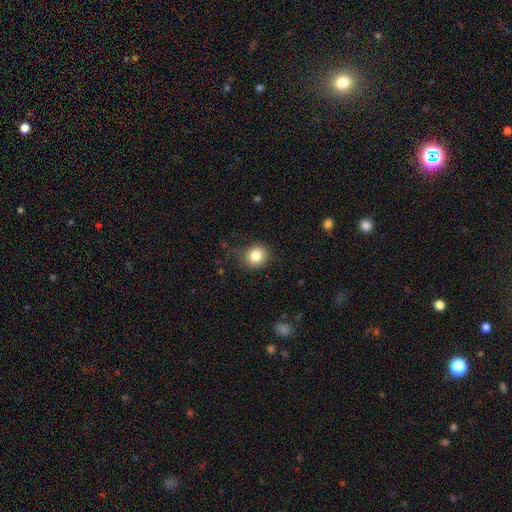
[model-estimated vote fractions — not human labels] smooth-or-featured: smooth: 82% | star or artifact: 11% | featured or disk: 7%
  how-rounded: round: 81% | in between: 18% | cigar-shaped: 1%
  merging: none: 78% | minor disturbance: 17% | major disturbance: 4% | merger: 1%